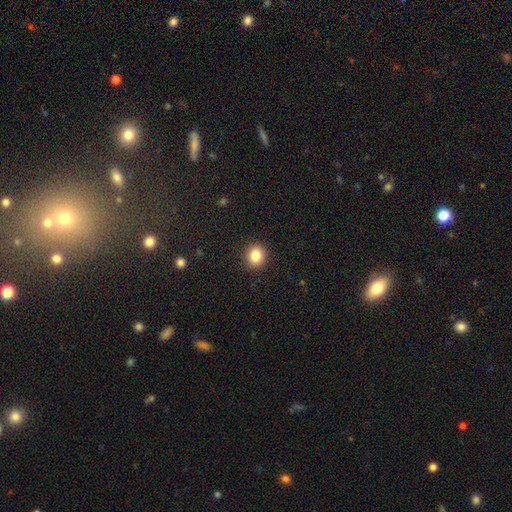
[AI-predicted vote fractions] The model was most divided on "how rounded": round: 80%, in between: 19%, cigar-shaped: 1%. More confident: merging — none (91%); smooth or featured — smooth (84%).